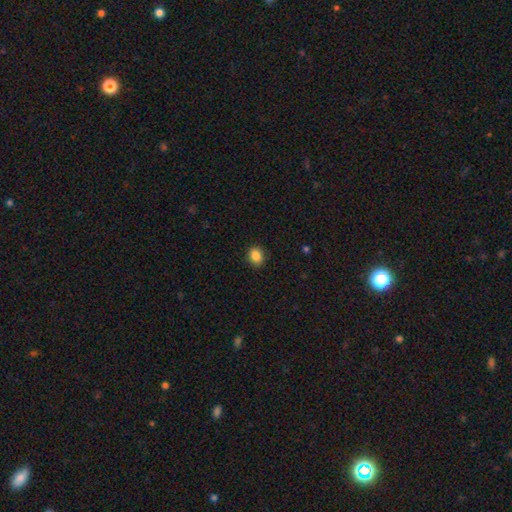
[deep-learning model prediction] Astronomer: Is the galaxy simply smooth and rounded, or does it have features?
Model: smooth — 86%.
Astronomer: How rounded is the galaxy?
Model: in between — 51% (runner-up: round, 48%).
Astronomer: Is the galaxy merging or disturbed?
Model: none — 89%.